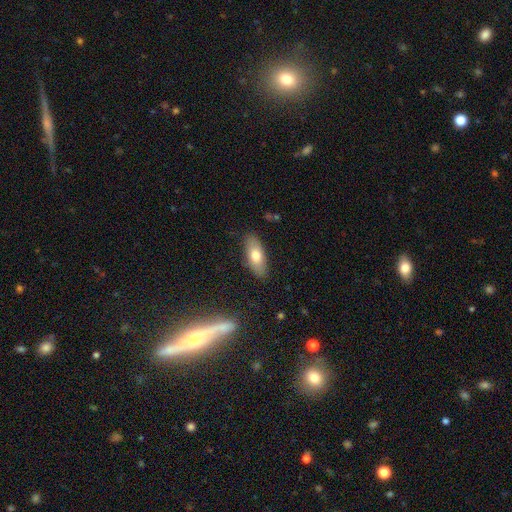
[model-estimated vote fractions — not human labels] Overall: smooth (71%). How rounded: in between (79%). Merging: none (86%).